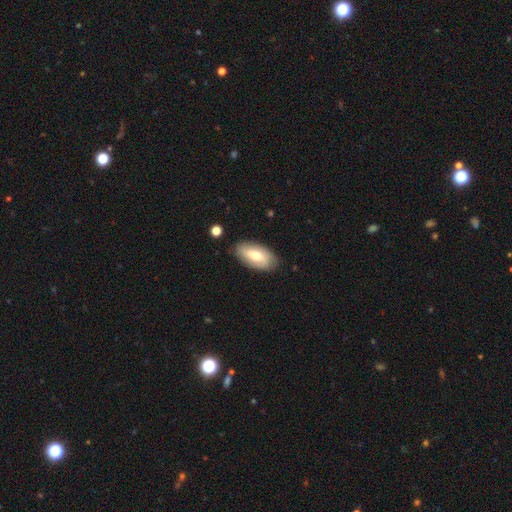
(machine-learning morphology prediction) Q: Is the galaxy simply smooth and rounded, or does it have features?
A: smooth — 60%.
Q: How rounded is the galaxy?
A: in between — 92%.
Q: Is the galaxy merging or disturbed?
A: none — 84%.